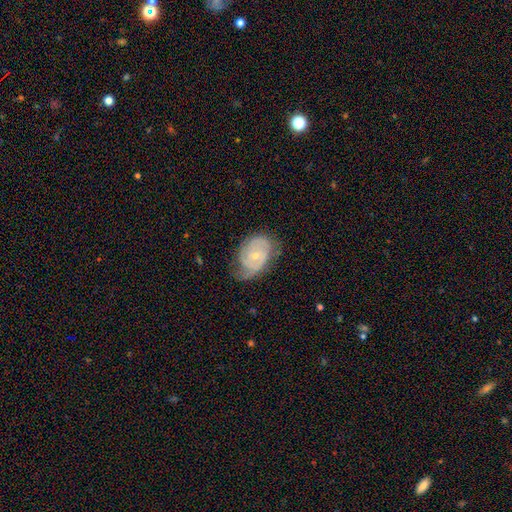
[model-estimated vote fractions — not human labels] A featured or disk galaxy (77%) with no bar (71%), 2 (51%) tight (54%) spiral arms (92%) and a small central bulge (67%). Merging: none (58%).